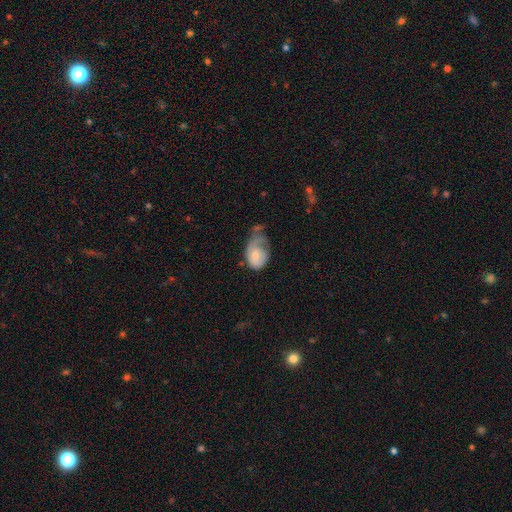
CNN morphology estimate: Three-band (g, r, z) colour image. It shows a smooth galaxy with no disk features (57%) that is in between round and cigar-shaped (77%). Merging: major disturbance (49%).